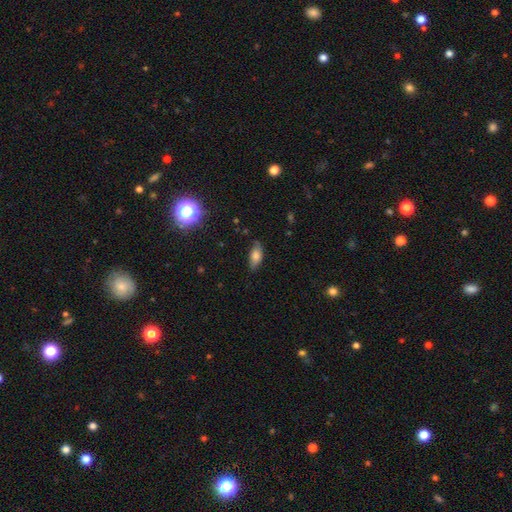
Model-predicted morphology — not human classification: Q: Smooth or featured?
A: smooth (72%); runner-up: featured or disk (19%)
Q: How rounded?
A: in between (82%); runner-up: cigar-shaped (14%)
Q: Merging?
A: none (74%); runner-up: minor disturbance (20%)